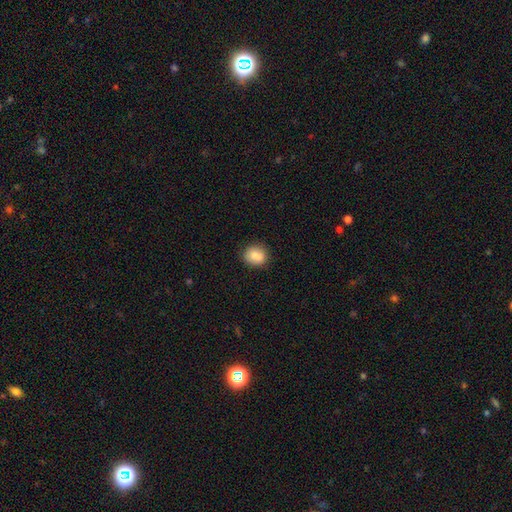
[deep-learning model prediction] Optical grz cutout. It shows a smooth galaxy with no disk features (81%) that is round (71%). Merging: none (67%).